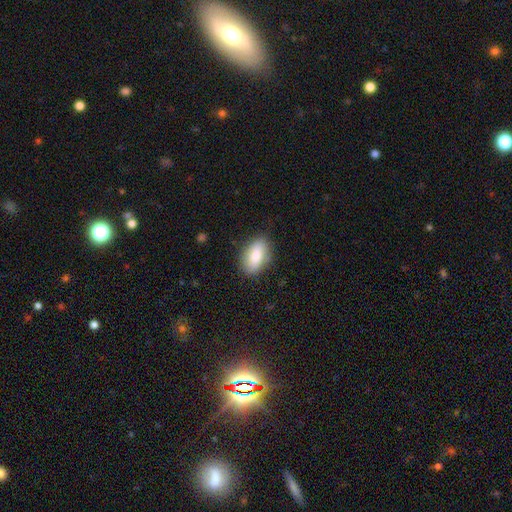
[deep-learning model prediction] smooth-or-featured: smooth: 80% | featured or disk: 13% | star or artifact: 7%
  how-rounded: in between: 89% | round: 7% | cigar-shaped: 4%
  merging: none: 83% | minor disturbance: 13% | major disturbance: 3% | merger: 1%